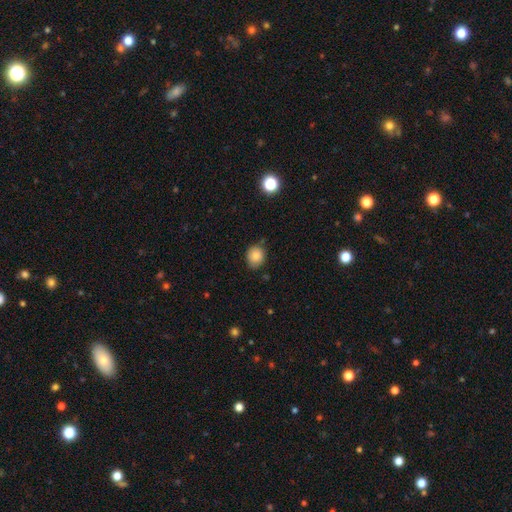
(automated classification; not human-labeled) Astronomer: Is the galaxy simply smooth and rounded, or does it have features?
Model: smooth — 84%.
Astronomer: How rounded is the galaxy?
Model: round — 69%.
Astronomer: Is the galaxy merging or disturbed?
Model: none — 77%.